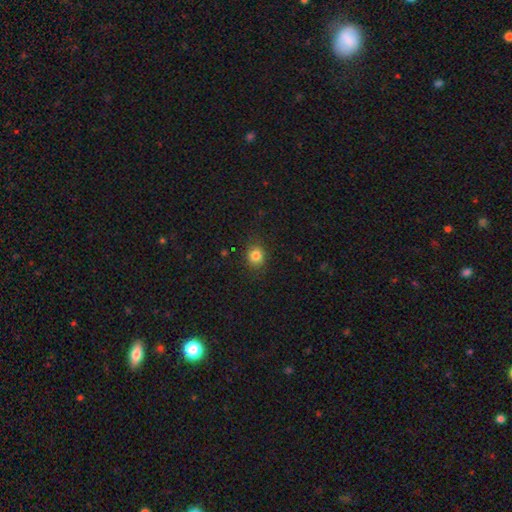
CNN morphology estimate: type=smooth (83%); roundness=round (78%); merging=none (86%).